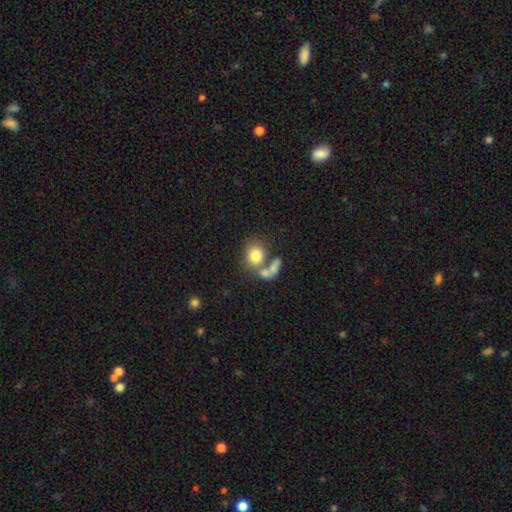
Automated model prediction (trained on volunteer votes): Smooth or featured: smooth — 78% (featured or disk — 13%)
How rounded: round — 61% (in between — 37%)
Merging: none — 41% (tied with merger — 41%)